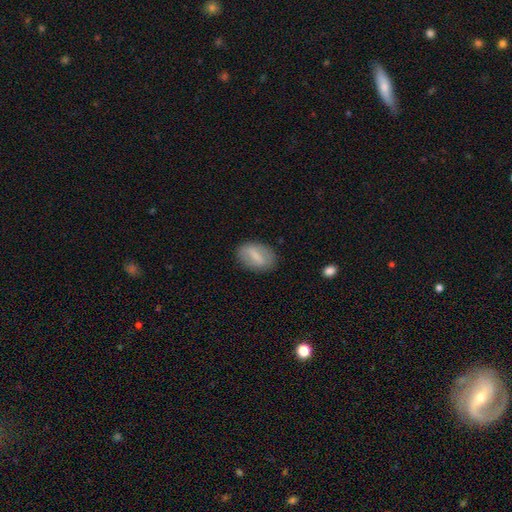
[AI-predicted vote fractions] A smooth galaxy with no disk features (62%) that is in between round and cigar-shaped (87%).

Vote fractions:
- Smooth or featured? smooth: 62% / featured or disk: 31% / star or artifact: 7%
- How rounded? in between: 87% / round: 10% / cigar-shaped: 3%
- Merging? none: 82% / minor disturbance: 13% / major disturbance: 4% / merger: 1%